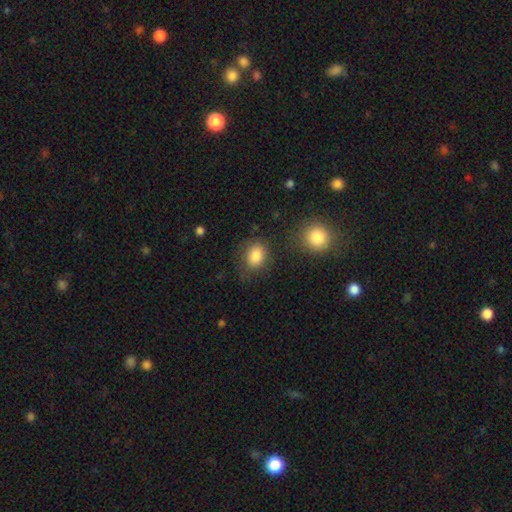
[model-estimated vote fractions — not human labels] Smooth or featured? Predicted: smooth (p=0.85). How rounded? Predicted: in between (p=0.52). Merging? Predicted: none (p=0.74).